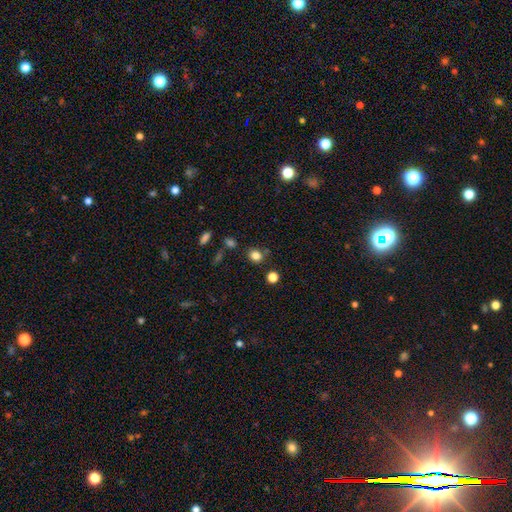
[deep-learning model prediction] Q: Smooth or featured?
A: smooth (81%); runner-up: star or artifact (13%)
Q: How rounded?
A: round (66%); runner-up: in between (33%)
Q: Merging?
A: none (78%); runner-up: minor disturbance (12%)